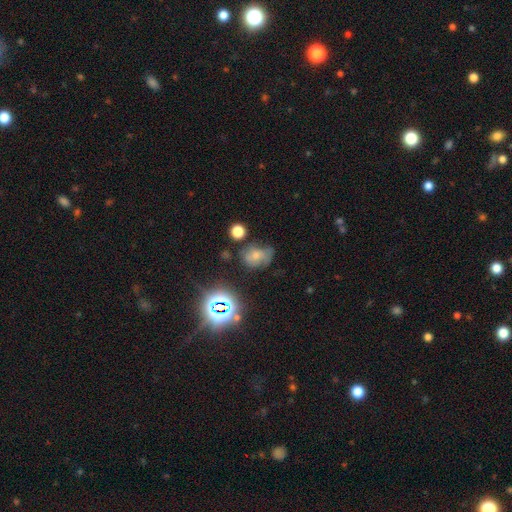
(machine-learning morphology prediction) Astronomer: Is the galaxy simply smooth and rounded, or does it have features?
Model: smooth — 53%.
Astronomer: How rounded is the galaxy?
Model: in between — 60% (runner-up: round, 39%).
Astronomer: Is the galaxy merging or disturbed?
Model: none — 40% (runner-up: minor disturbance, 32%).